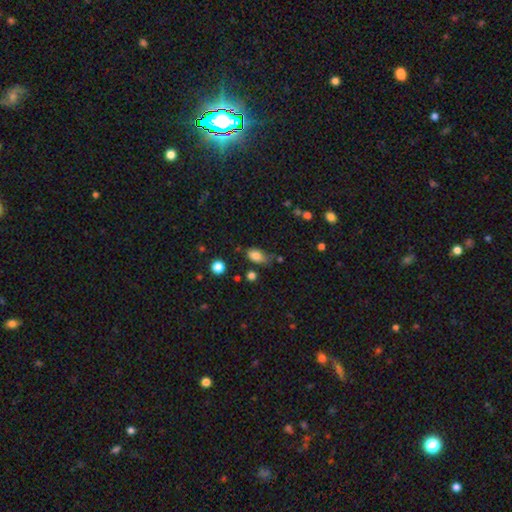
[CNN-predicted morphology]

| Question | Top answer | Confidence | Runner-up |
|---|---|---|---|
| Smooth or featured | smooth | 82% | star or artifact (10%) |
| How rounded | in between | 87% | round (10%) |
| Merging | none | 53% | minor disturbance (32%) |